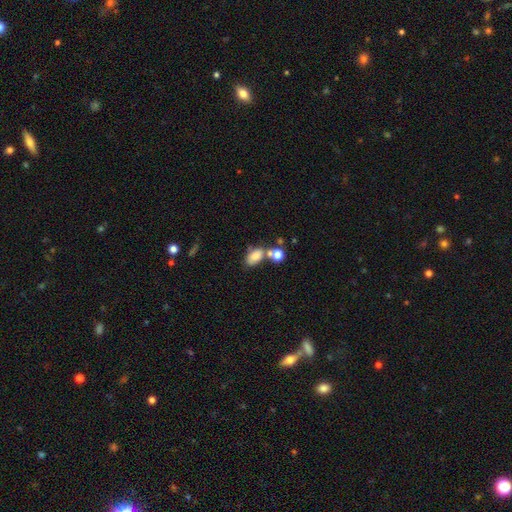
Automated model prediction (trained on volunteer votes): smooth-or-featured: smooth: 77% | featured or disk: 12% | star or artifact: 11%
  how-rounded: in between: 87% | round: 11% | cigar-shaped: 2%
  merging: none: 39% | merger: 35% | minor disturbance: 17% | major disturbance: 10%